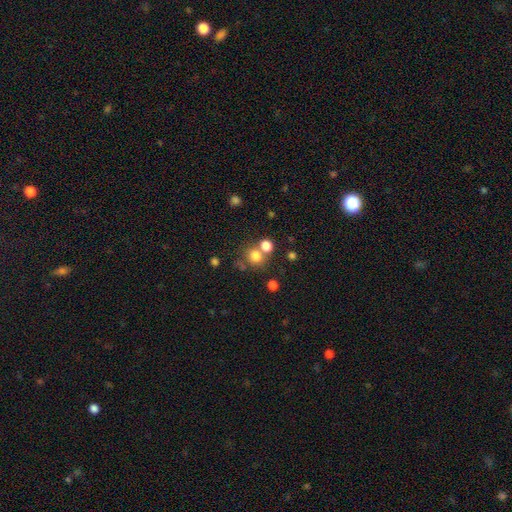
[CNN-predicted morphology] Q: Smooth or featured?
A: smooth (76%); runner-up: star or artifact (16%)
Q: How rounded?
A: round (84%); runner-up: in between (15%)
Q: Merging?
A: none (60%); runner-up: merger (26%)